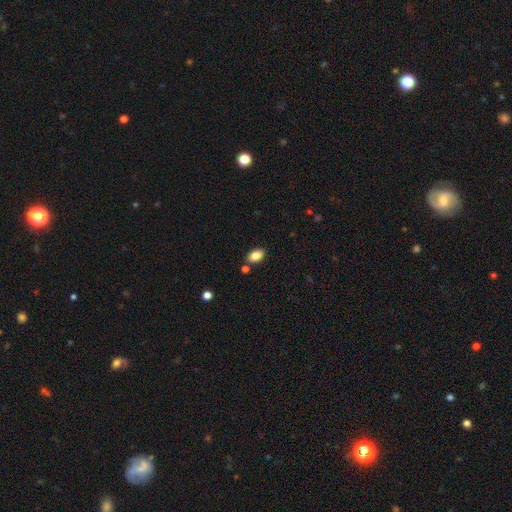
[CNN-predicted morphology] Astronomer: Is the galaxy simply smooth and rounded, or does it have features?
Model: smooth — 83%.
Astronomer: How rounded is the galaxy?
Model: in between — 90%.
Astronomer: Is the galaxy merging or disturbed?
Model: none — 83%.